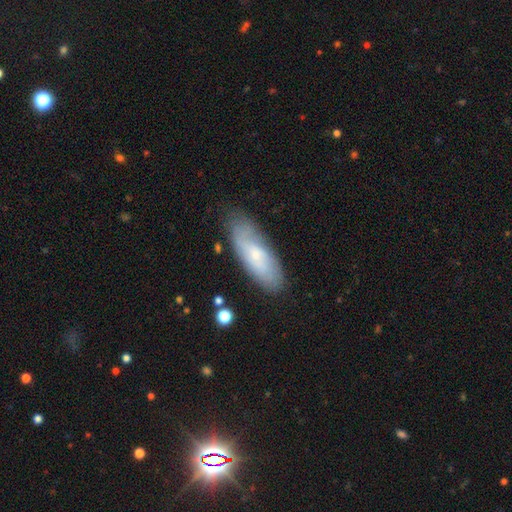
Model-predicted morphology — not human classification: The model was most divided on "smooth or featured": smooth: 52%, featured or disk: 41%, star or artifact: 7%. More confident: merging — none (71%); how rounded — in between (65%).